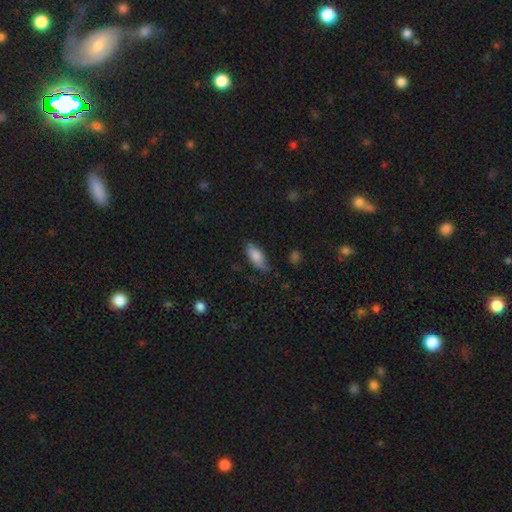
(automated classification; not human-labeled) The model was most divided on "merging": none: 66%, minor disturbance: 27%, major disturbance: 6%, merger: 2%. More confident: how rounded — in between (84%); smooth or featured — smooth (82%).